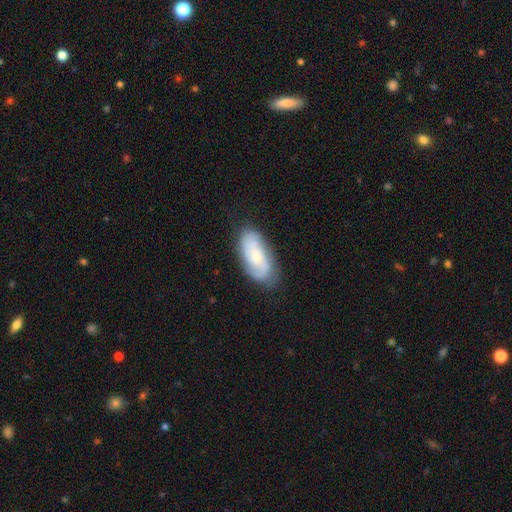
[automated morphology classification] Q: Smooth or featured?
A: featured or disk (63%); runner-up: smooth (31%)
Q: Edge-on disk?
A: no (94%); runner-up: yes (6%)
Q: Bar?
A: no (67%); runner-up: weak (28%)
Q: Spiral arms?
A: yes (89%); runner-up: no (11%)
Q: Spiral winding?
A: tight (48%); runner-up: medium (39%)
Q: Spiral arm count?
A: 2 (49%); runner-up: can't tell (30%)
Q: Bulge size?
A: small (47%); runner-up: moderate (46%)
Q: Merging?
A: none (76%); runner-up: minor disturbance (18%)